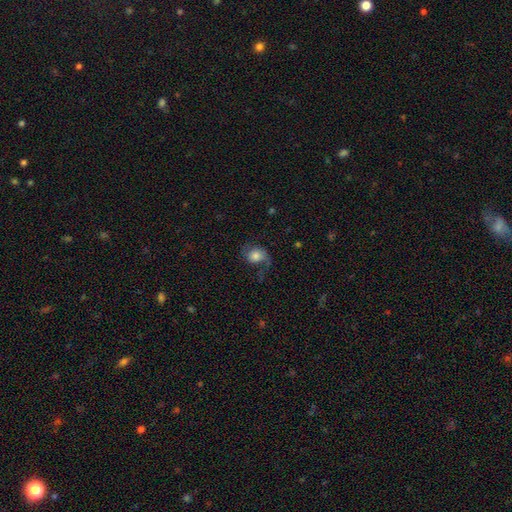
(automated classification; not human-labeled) Q: Smooth or featured?
A: featured or disk (46%); runner-up: smooth (44%)
Q: Merging?
A: none (49%); runner-up: major disturbance (26%)